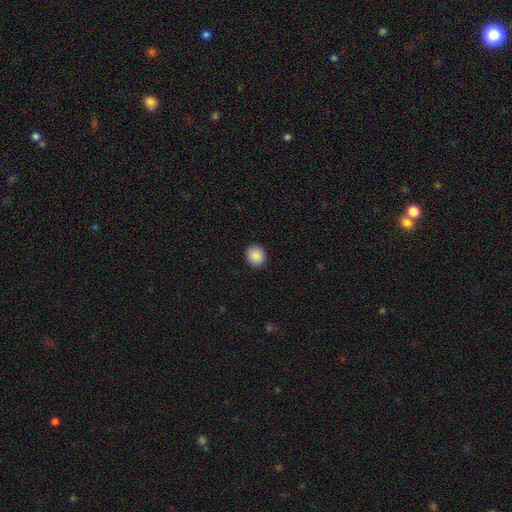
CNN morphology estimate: Q: Smooth or featured?
A: smooth (89%); runner-up: star or artifact (8%)
Q: How rounded?
A: round (79%); runner-up: in between (20%)
Q: Merging?
A: none (91%); runner-up: minor disturbance (6%)